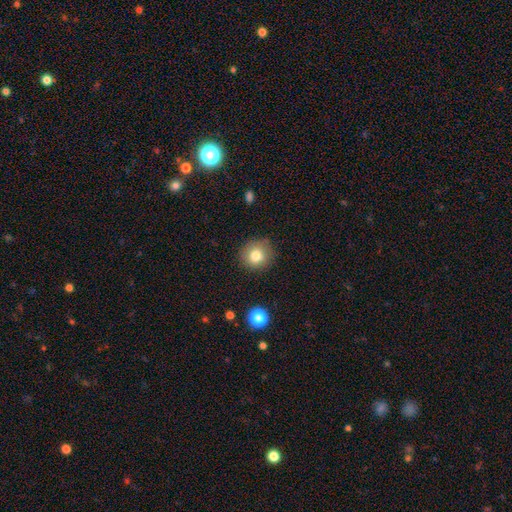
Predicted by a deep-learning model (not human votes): Morphology: type=smooth (80%); roundness=round (87%); merging=none (84%).